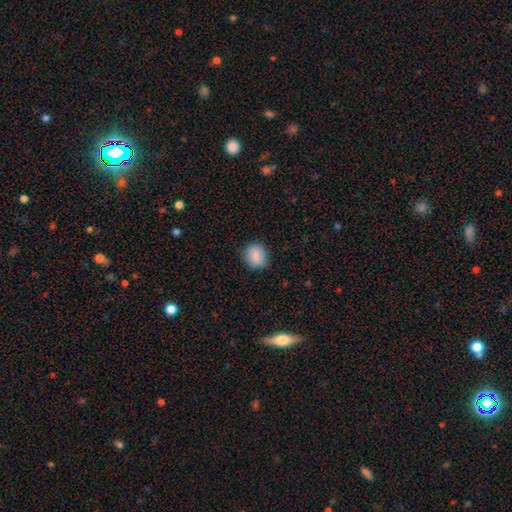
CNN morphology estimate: Smooth or featured: smooth — 86% (star or artifact — 8%)
How rounded: round — 68% (in between — 31%)
Merging: none — 81% (minor disturbance — 15%)